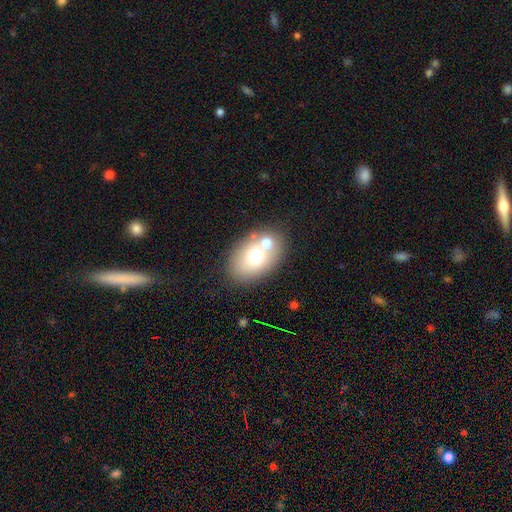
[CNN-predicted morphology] Overall: smooth (66%). How rounded: in between (79%). Merging: none (61%; merger 23%).